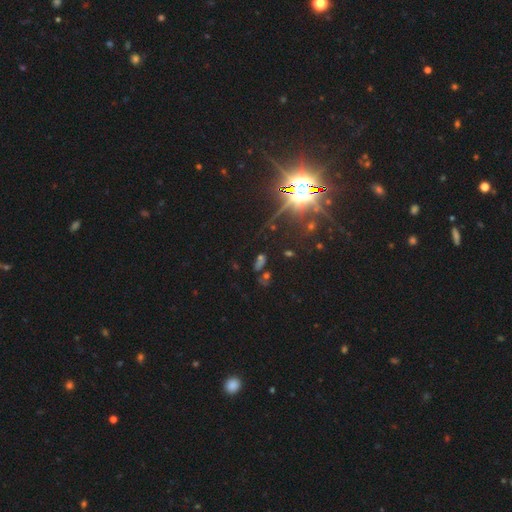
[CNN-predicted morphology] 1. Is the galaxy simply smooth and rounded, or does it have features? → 73% star or artifact, 15% featured or disk, 12% smooth.